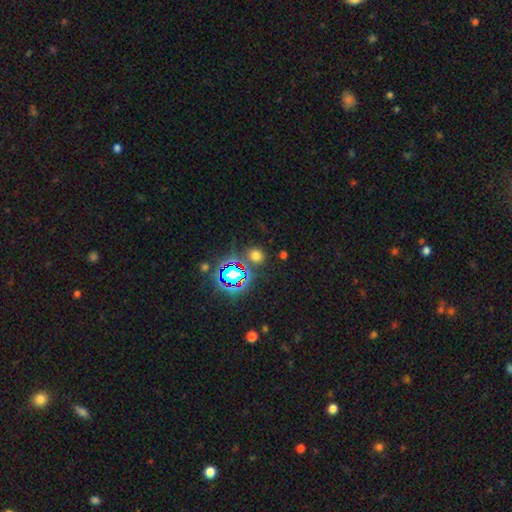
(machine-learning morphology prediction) smooth-or-featured: smooth: 58% | star or artifact: 35% | featured or disk: 7%
  how-rounded: round: 73% | in between: 25% | cigar-shaped: 1%
  merging: none: 80% | minor disturbance: 9% | merger: 7% | major disturbance: 4%